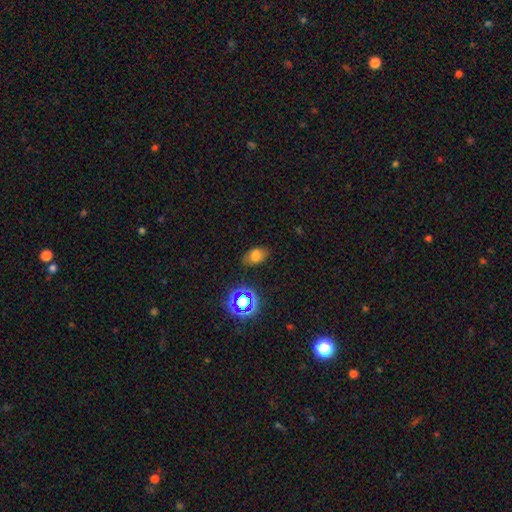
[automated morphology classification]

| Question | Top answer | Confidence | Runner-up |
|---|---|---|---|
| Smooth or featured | smooth | 66% | star or artifact (22%) |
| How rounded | in between | 85% | round (13%) |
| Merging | none | 74% | minor disturbance (18%) |